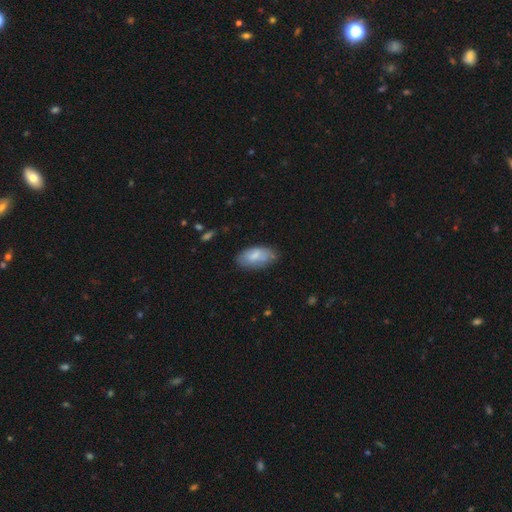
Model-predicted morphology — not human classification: smooth 74%, featured or disk 19%, star or artifact 6%. Down the decision tree: how rounded — in between (93%); merging — none (68%).